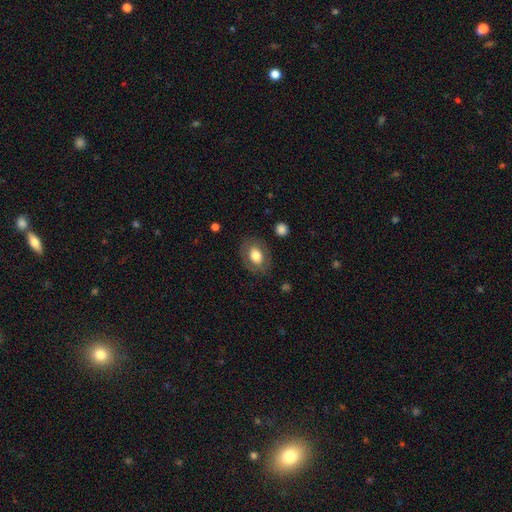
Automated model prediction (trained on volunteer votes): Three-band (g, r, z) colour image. It shows a smooth galaxy with no disk features (69%) that is in between round and cigar-shaped (72%). Merging: none (80%).